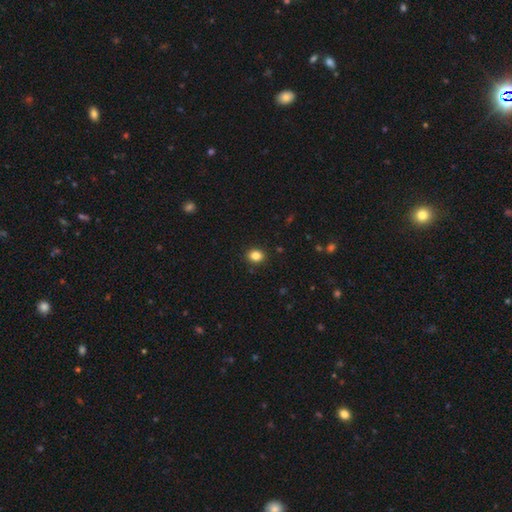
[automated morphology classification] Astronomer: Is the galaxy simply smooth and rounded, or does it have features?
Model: smooth — 84%.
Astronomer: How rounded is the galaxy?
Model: round — 60% (runner-up: in between, 40%).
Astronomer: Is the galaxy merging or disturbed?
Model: none — 91%.